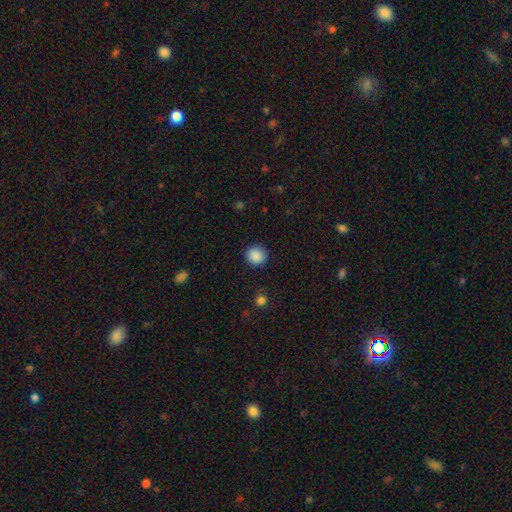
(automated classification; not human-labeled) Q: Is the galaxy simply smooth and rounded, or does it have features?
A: smooth — 88%.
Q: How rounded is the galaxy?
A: round — 92%.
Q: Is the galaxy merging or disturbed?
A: none — 90%.